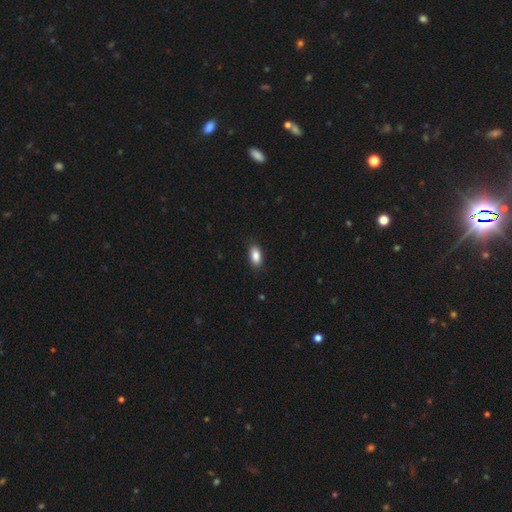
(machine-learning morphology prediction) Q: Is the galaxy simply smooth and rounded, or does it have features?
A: smooth — 88%.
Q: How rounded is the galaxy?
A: in between — 91%.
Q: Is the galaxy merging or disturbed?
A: none — 86%.